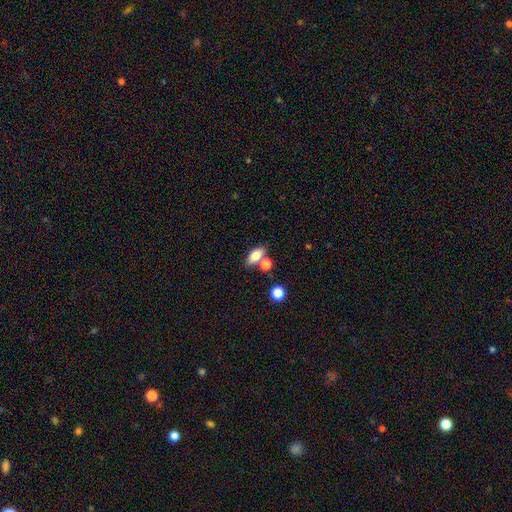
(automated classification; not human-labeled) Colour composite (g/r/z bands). It shows a smooth galaxy with no disk features (79%) that is in between round and cigar-shaped (81%). Merging: none (60%).